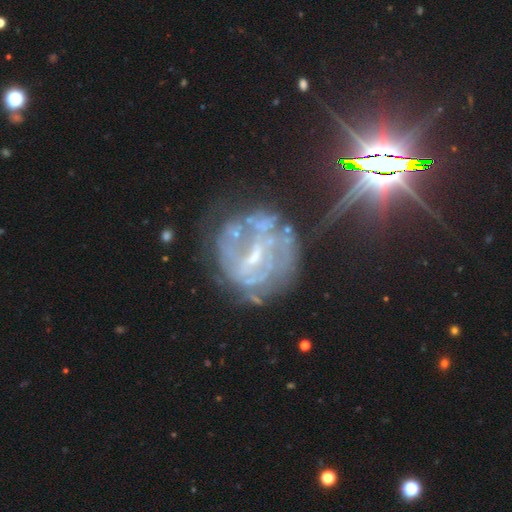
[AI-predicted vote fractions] The model was most divided on "bar": weak: 42%, strong: 33%, no: 25%. More confident: edge-on disk — no (96%); smooth or featured — featured or disk (69%); spiral arms — yes (55%); merging — none (55%); bulge size — small (54%).